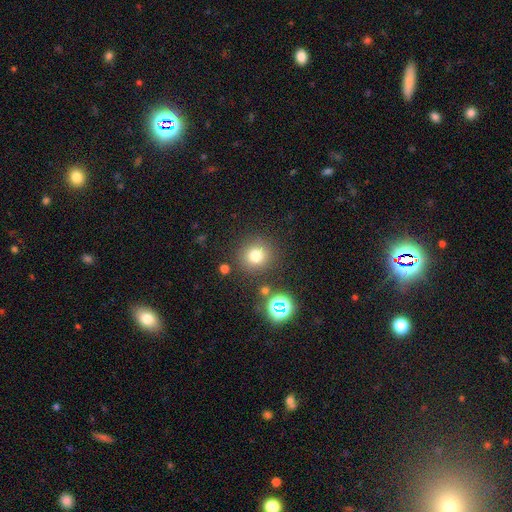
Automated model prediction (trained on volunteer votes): smooth_or_featured: smooth (p=0.75) [alt: star or artifact p=0.17]
how_rounded: round (p=0.92) [alt: in between p=0.07]
merging: none (p=0.84) [alt: minor disturbance p=0.08]